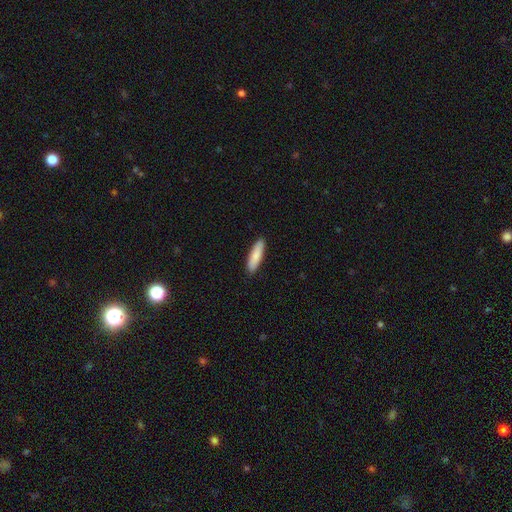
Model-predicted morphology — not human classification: Smooth or featured? smooth (84%)
How rounded? cigar-shaped (71%)
Merging? none (90%)